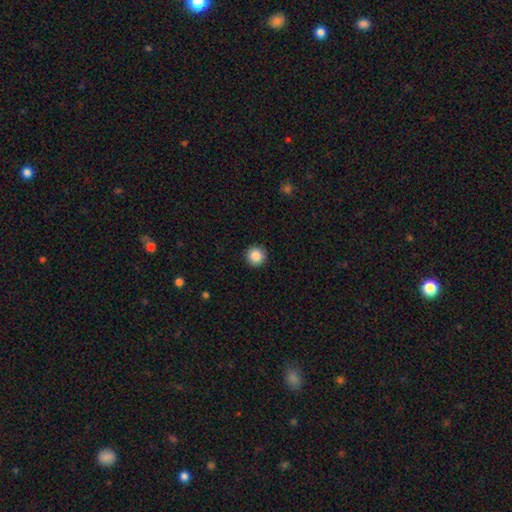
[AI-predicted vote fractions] Smooth or featured? smooth (87%)
How rounded? round (96%)
Merging? none (93%)